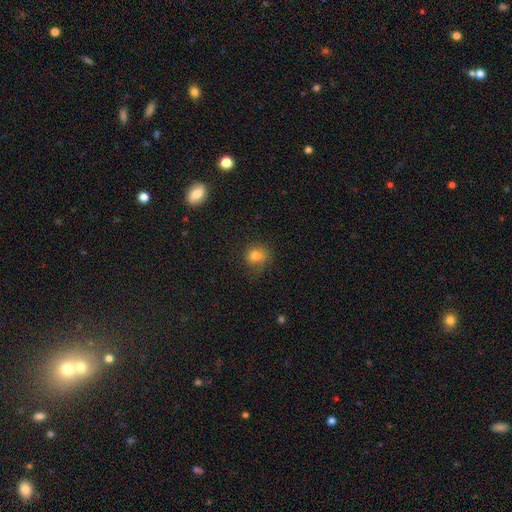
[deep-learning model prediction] smooth_or_featured: smooth (p=0.79) [alt: star or artifact p=0.13]
how_rounded: round (p=0.72) [alt: in between p=0.27]
merging: none (p=0.68) [alt: minor disturbance p=0.22]